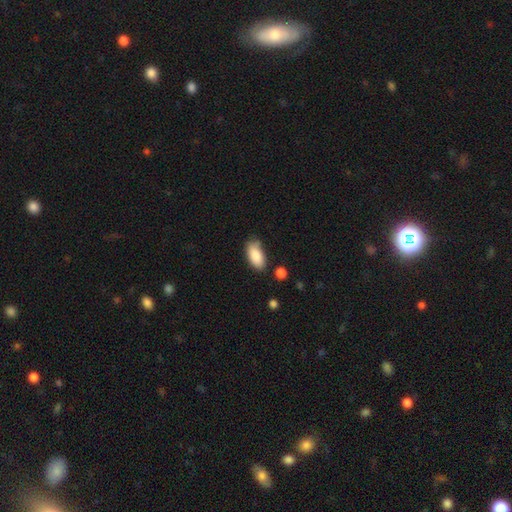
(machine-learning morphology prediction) Smooth or featured: smooth — 87% (star or artifact — 7%)
How rounded: in between — 92% (cigar-shaped — 5%)
Merging: none — 67% (minor disturbance — 24%)